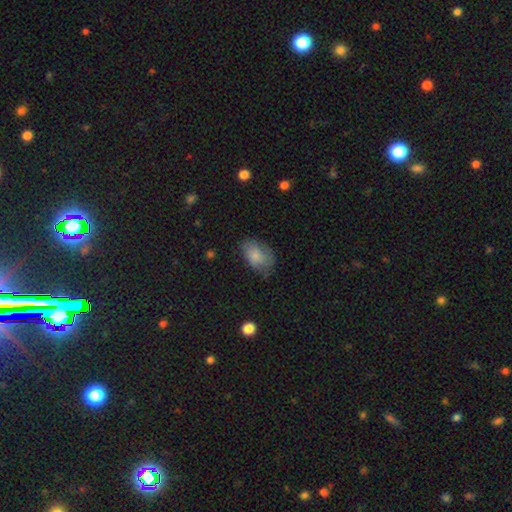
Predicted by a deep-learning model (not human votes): The model was most divided on "merging": none: 62%, minor disturbance: 29%, major disturbance: 8%, merger: 2%. More confident: how rounded — in between (90%); smooth or featured — smooth (78%).